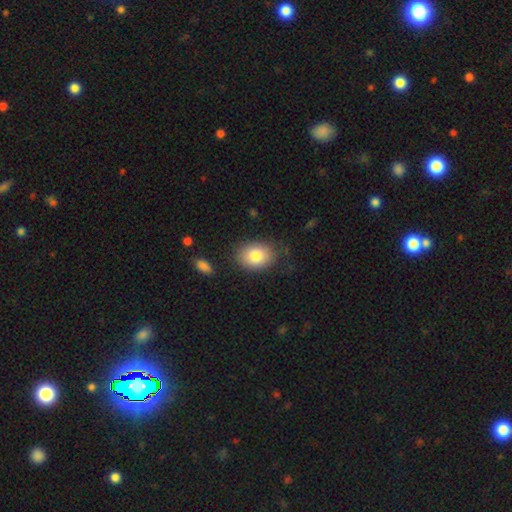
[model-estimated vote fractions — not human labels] Q: Smooth or featured?
A: smooth (82%); runner-up: featured or disk (11%)
Q: How rounded?
A: in between (69%); runner-up: round (30%)
Q: Merging?
A: none (79%); runner-up: minor disturbance (15%)